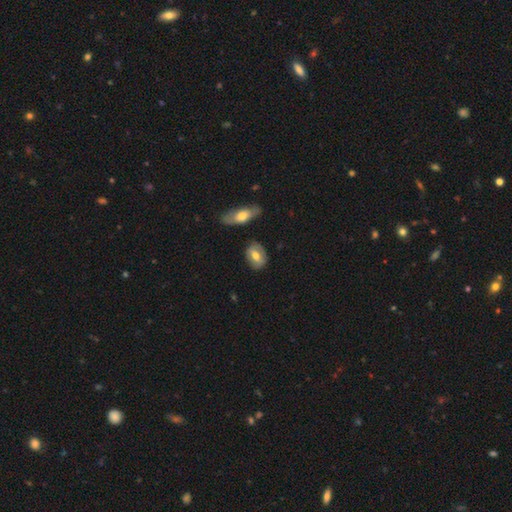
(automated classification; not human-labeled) This appears to be a smooth galaxy with no disk features (60%) that is in between round and cigar-shaped (73%). Merging: none (80%).